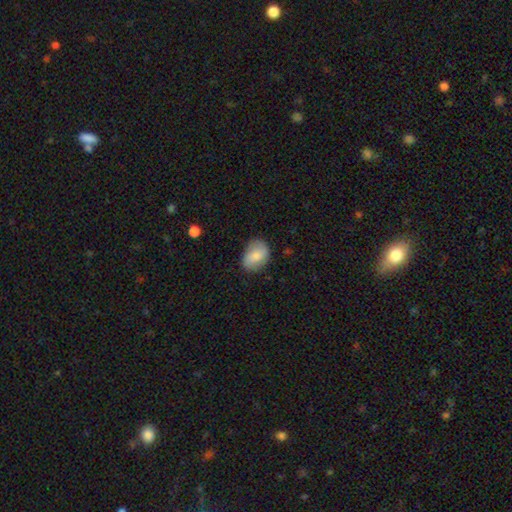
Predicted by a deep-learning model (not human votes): smooth-or-featured: smooth: 75% | featured or disk: 18% | star or artifact: 7%
  how-rounded: in between: 70% | round: 29% | cigar-shaped: 1%
  merging: none: 75% | minor disturbance: 19% | major disturbance: 5% | merger: 1%